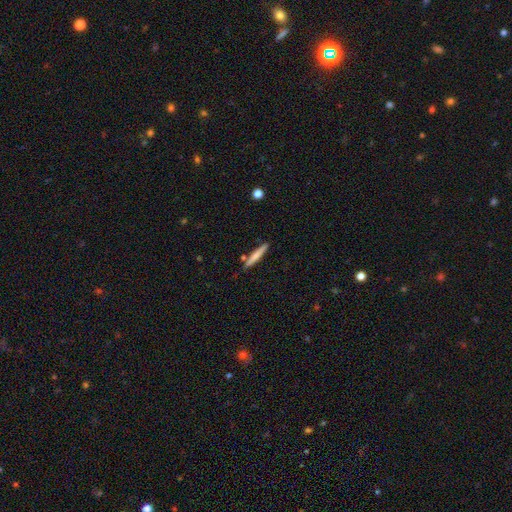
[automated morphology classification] Q: Smooth or featured?
A: smooth (66%); runner-up: featured or disk (29%)
Q: How rounded?
A: cigar-shaped (94%); runner-up: in between (5%)
Q: Merging?
A: none (84%); runner-up: minor disturbance (10%)